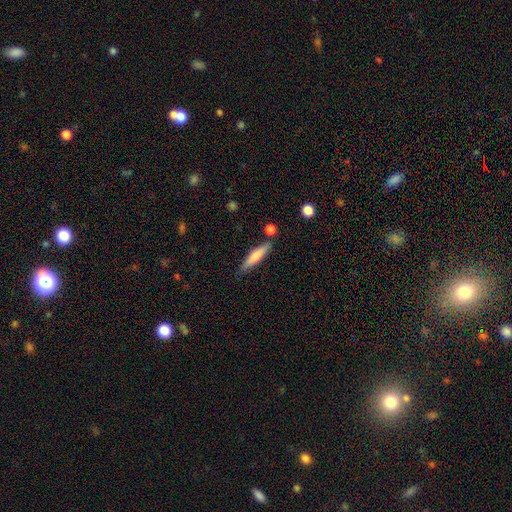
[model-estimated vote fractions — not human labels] Q: Smooth or featured?
A: smooth (65%); runner-up: featured or disk (29%)
Q: How rounded?
A: cigar-shaped (86%); runner-up: in between (13%)
Q: Merging?
A: none (80%); runner-up: minor disturbance (12%)